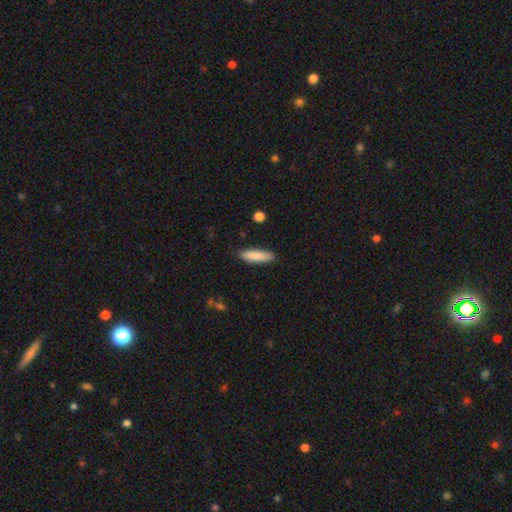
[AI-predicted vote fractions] smooth 85%, featured or disk 10%, star or artifact 6%. Down the decision tree: how rounded — cigar-shaped (72%); merging — none (88%).